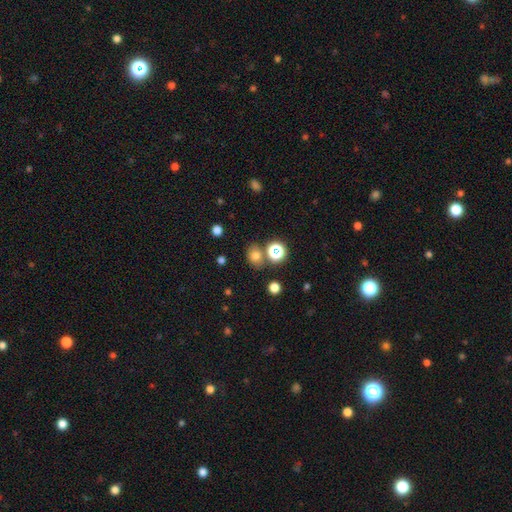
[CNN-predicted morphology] A smooth galaxy with no disk features (72%) that is round (63%). Merging: none (73%).